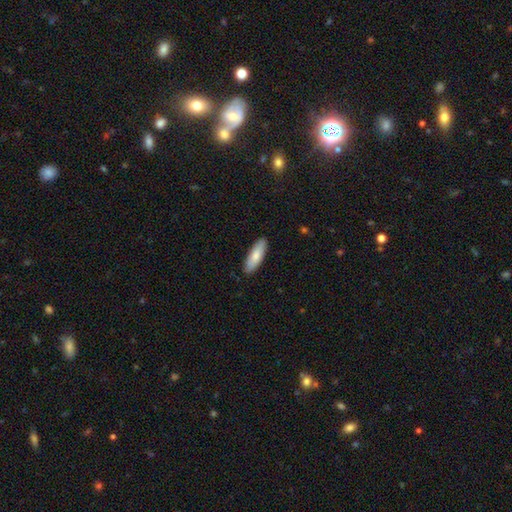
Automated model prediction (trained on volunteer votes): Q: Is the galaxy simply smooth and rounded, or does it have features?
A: smooth — 80%.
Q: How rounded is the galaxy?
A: in between — 56%.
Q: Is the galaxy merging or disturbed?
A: none — 88%.